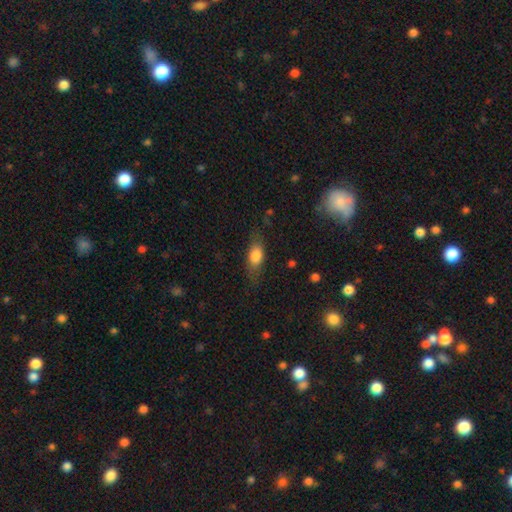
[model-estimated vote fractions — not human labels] Q: Smooth or featured?
A: smooth (73%); runner-up: featured or disk (19%)
Q: How rounded?
A: in between (76%); runner-up: cigar-shaped (18%)
Q: Merging?
A: none (70%); runner-up: minor disturbance (21%)